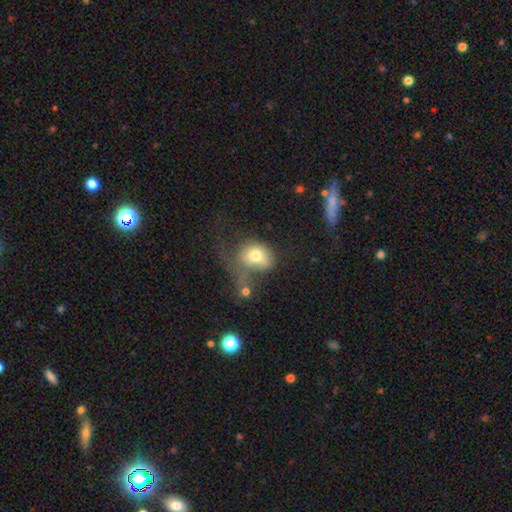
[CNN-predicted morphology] Q: Smooth or featured?
A: smooth (73%); runner-up: featured or disk (17%)
Q: How rounded?
A: in between (51%); runner-up: round (47%)
Q: Merging?
A: major disturbance (38%); runner-up: none (24%)